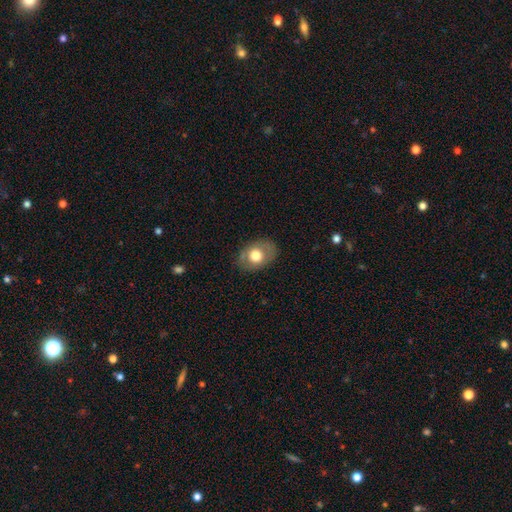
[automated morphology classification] A smooth galaxy with no disk features (66%) that is in between round and cigar-shaped (67%).

Vote fractions:
- Smooth or featured? smooth: 66% / featured or disk: 26% / star or artifact: 8%
- How rounded? in between: 67% / round: 31% / cigar-shaped: 1%
- Merging? none: 77% / minor disturbance: 16% / major disturbance: 6% / merger: 1%